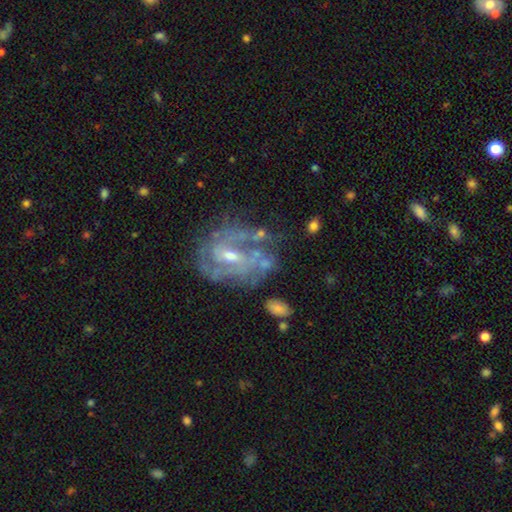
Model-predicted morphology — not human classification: Smooth or featured? featured or disk (82%)
Edge-on disk? no (97%)
Bar? weak (49%)
Spiral arms? yes (80%)
Spiral winding? tight (47%)
Spiral arm count? can't tell (36%)
Bulge size? moderate (49%)
Merging? none (52%)